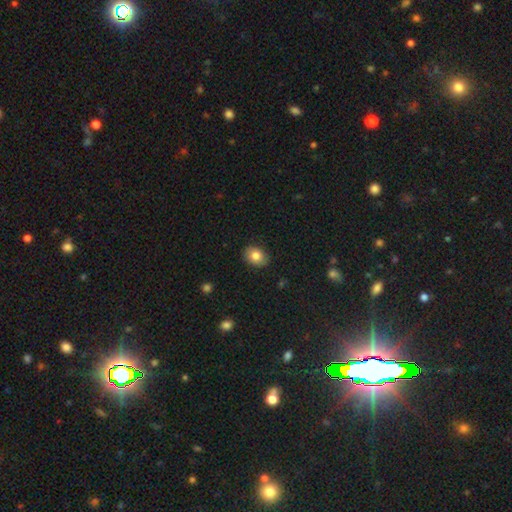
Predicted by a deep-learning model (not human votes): smooth-or-featured: smooth: 82% | featured or disk: 10% | star or artifact: 8%
  how-rounded: in between: 64% | round: 35% | cigar-shaped: 1%
  merging: none: 87% | minor disturbance: 10% | major disturbance: 2% | merger: 1%